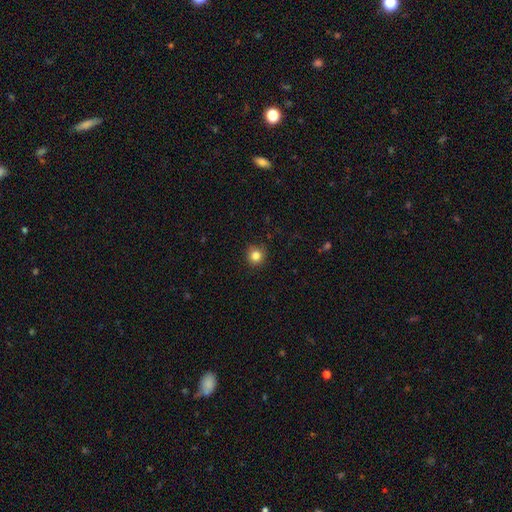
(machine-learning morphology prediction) Smooth or featured: smooth — 84% (star or artifact — 11%)
How rounded: round — 92% (in between — 7%)
Merging: none — 88% (minor disturbance — 9%)